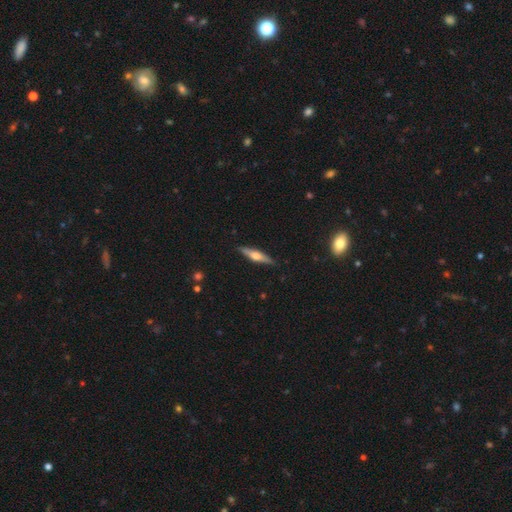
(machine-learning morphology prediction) smooth_or_featured: featured or disk (p=0.59) [alt: smooth p=0.35]
disk_edge_on: yes (p=0.96) [alt: no p=0.04]
edge_on_bulge: rounded (p=0.90) [alt: boxy p=0.06]
merging: none (p=0.88) [alt: minor disturbance p=0.09]